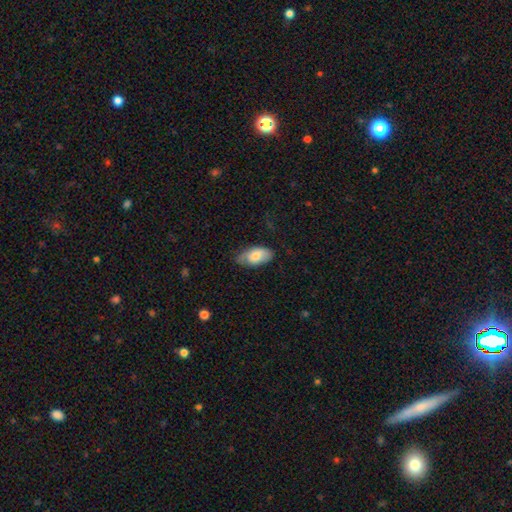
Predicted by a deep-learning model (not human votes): smooth 70%, featured or disk 24%, star or artifact 6%. Down the decision tree: how rounded — in between (94%); merging — none (60%).